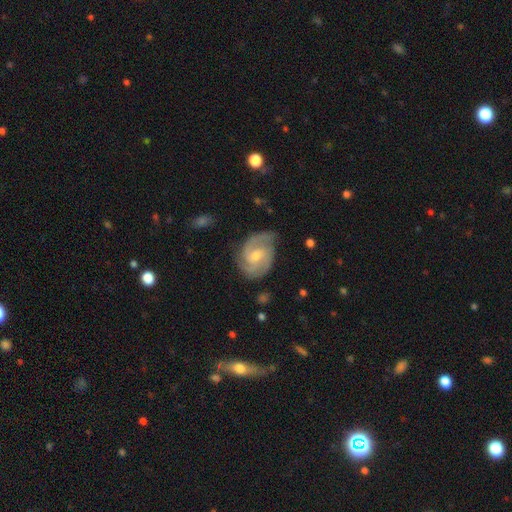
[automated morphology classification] This appears to be a featured or disk galaxy (85%) with no bar (48%), 2 (56%) medium (45%) spiral arms (97%) and a moderate central bulge (48%). Merging: none (73%).